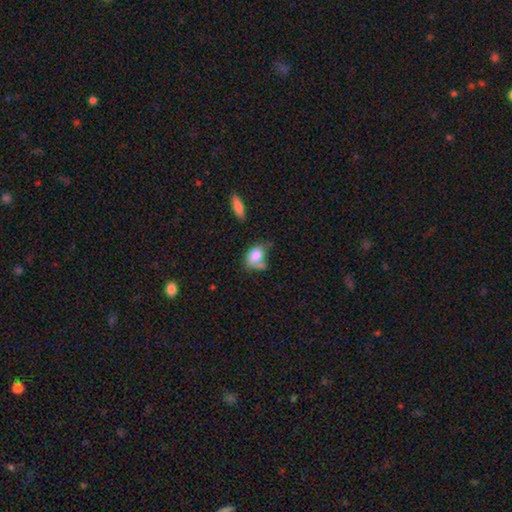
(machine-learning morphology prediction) Smooth or featured? smooth (81%)
How rounded? in between (80%)
Merging? none (38%)